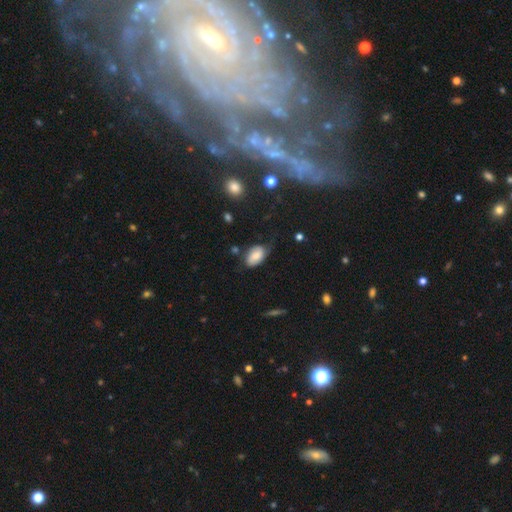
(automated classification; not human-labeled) Smooth or featured? smooth (68%)
How rounded? in between (91%)
Merging? none (52%)